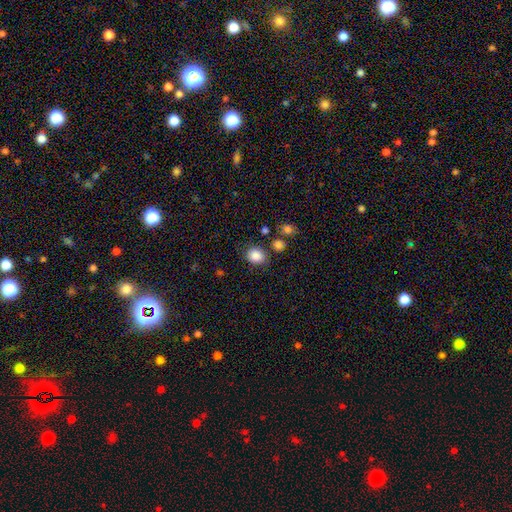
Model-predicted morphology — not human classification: A smooth galaxy with no disk features (86%) that is round (67%).

Vote fractions:
- Smooth or featured? smooth: 86% / star or artifact: 10% / featured or disk: 5%
- How rounded? round: 67% / in between: 32% / cigar-shaped: 1%
- Merging? none: 80% / minor disturbance: 12% / merger: 5% / major disturbance: 4%